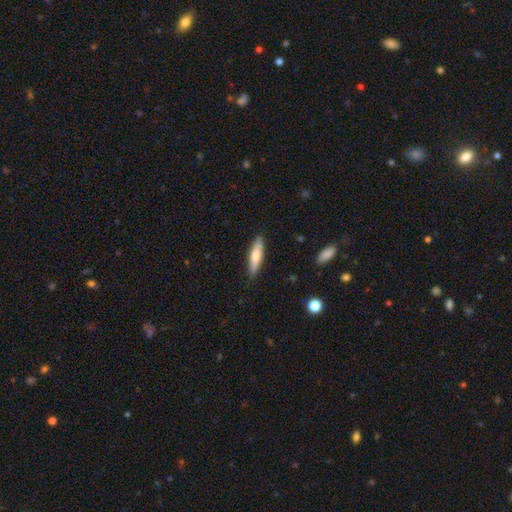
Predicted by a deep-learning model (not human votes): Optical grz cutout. It shows a smooth galaxy with no disk features (65%) that is cigar-shaped (76%). Merging: none (88%).